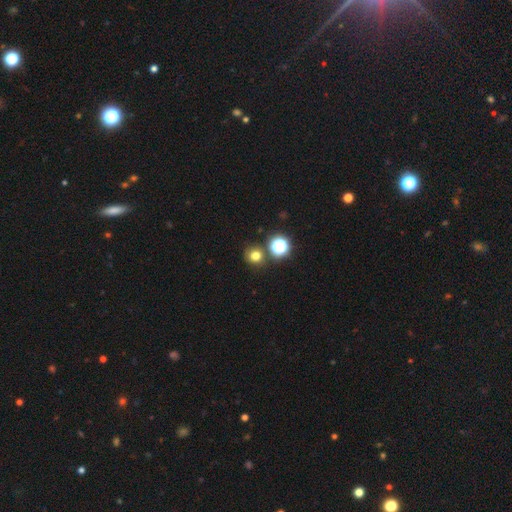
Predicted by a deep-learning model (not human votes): smooth 73%, star or artifact 20%, featured or disk 7%. Down the decision tree: how rounded — round (89%); merging — none (78%).